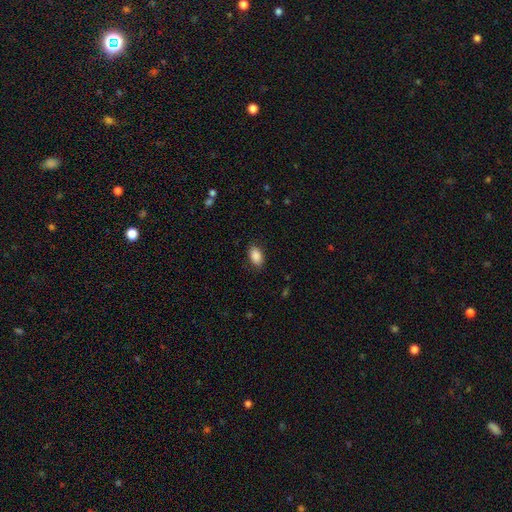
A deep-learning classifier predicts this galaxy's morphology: A smooth galaxy with no disk features (88%) that is in between round and cigar-shaped (92%).

Vote fractions:
- Smooth or featured? smooth: 88% / star or artifact: 7% / featured or disk: 4%
- How rounded? in between: 92% / round: 6% / cigar-shaped: 2%
- Merging? none: 86% / minor disturbance: 10% / major disturbance: 3% / merger: 1%